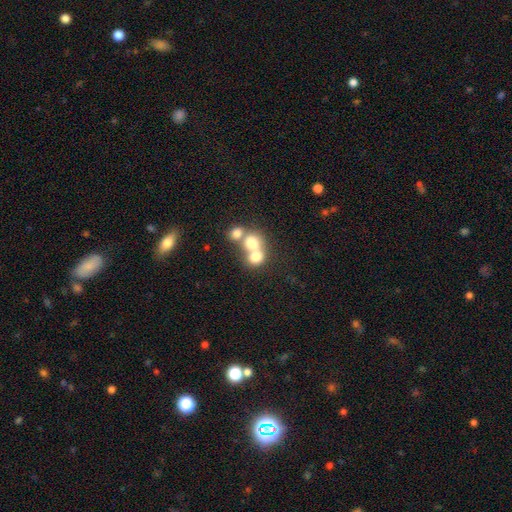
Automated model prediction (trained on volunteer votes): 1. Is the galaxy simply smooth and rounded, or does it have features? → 71% smooth, 18% featured or disk, 11% star or artifact.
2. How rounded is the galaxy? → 69% round, 30% in between, 1% cigar-shaped.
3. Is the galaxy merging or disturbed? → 66% merger, 26% none, 5% minor disturbance, 3% major disturbance.